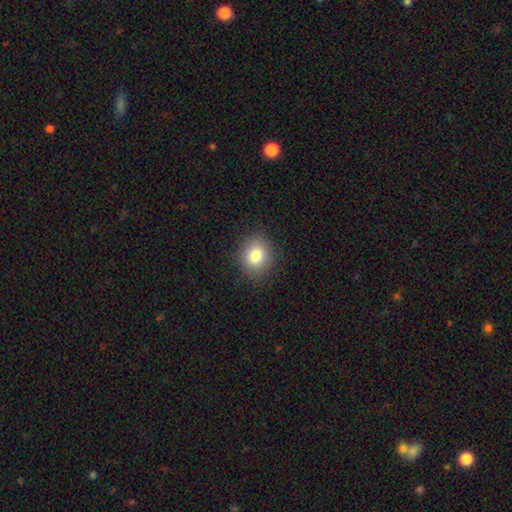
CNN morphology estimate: A smooth galaxy with no disk features (81%) that is round (72%).

Vote fractions:
- Smooth or featured? smooth: 81% / star or artifact: 10% / featured or disk: 8%
- How rounded? round: 72% / in between: 27% / cigar-shaped: 1%
- Merging? none: 88% / minor disturbance: 9% / major disturbance: 3% / merger: 1%